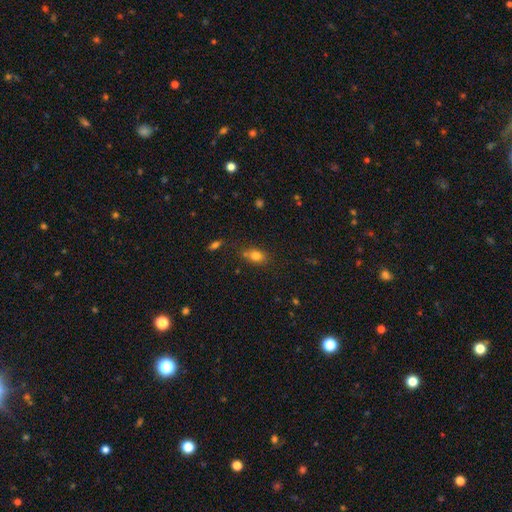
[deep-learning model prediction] smooth 79%, star or artifact 12%, featured or disk 9%. Down the decision tree: how rounded — in between (70%); merging — none (65%).